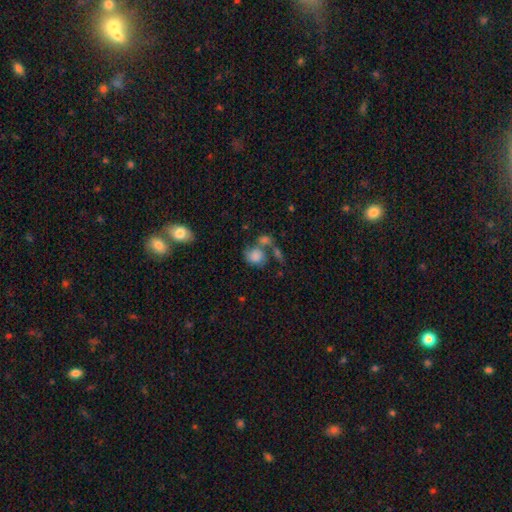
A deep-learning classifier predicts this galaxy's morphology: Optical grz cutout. It shows a smooth galaxy with no disk features (72%) that is round (55%). Merging: merger (42%).